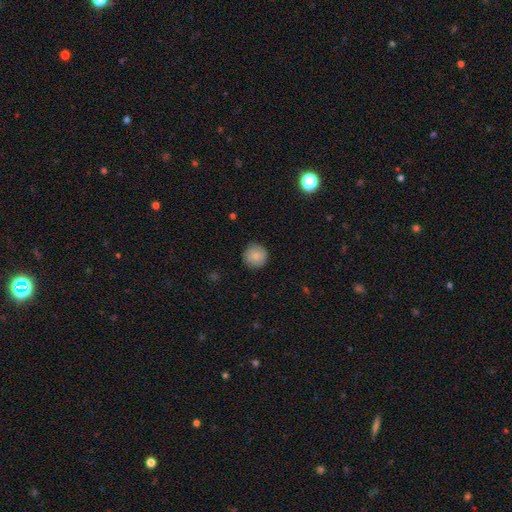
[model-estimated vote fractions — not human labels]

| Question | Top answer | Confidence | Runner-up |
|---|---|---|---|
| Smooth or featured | smooth | 84% | featured or disk (8%) |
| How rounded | round | 95% | in between (4%) |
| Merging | none | 88% | minor disturbance (9%) |